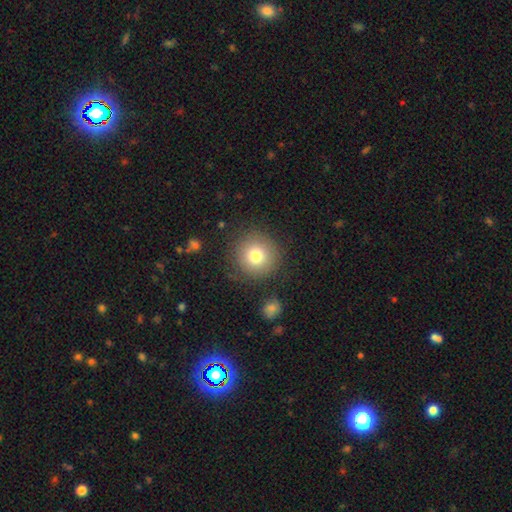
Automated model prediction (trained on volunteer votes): A smooth galaxy with no disk features (77%) that is round (94%). Merging: none (85%).